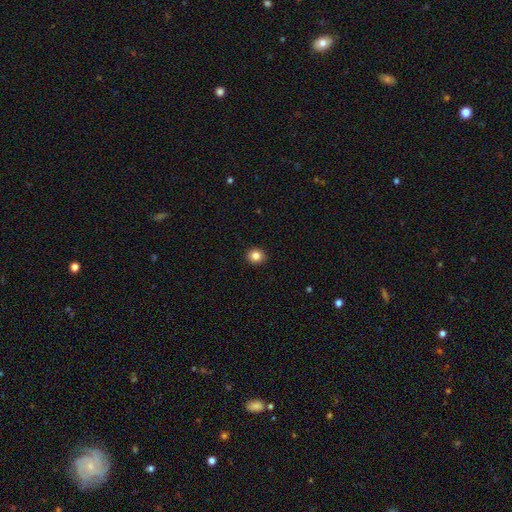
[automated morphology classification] Smooth or featured? Predicted: smooth (p=0.84). How rounded? Predicted: round (p=0.80). Merging? Predicted: none (p=0.92).